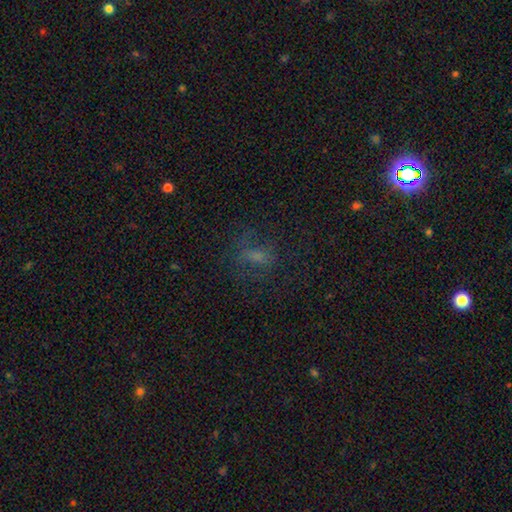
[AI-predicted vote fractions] smooth_or_featured: smooth (p=0.46) [alt: star or artifact p=0.28]
merging: none (p=0.61) [alt: major disturbance p=0.19]